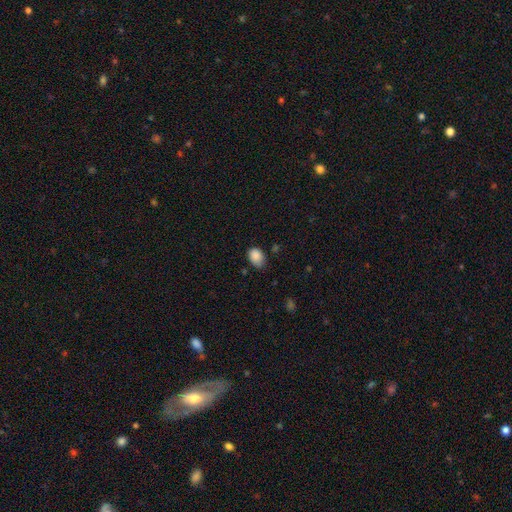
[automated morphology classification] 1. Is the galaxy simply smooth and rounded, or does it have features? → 87% smooth, 8% star or artifact, 4% featured or disk.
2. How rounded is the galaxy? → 76% in between, 23% round, 1% cigar-shaped.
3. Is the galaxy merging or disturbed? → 61% none, 32% minor disturbance, 6% major disturbance, 2% merger.